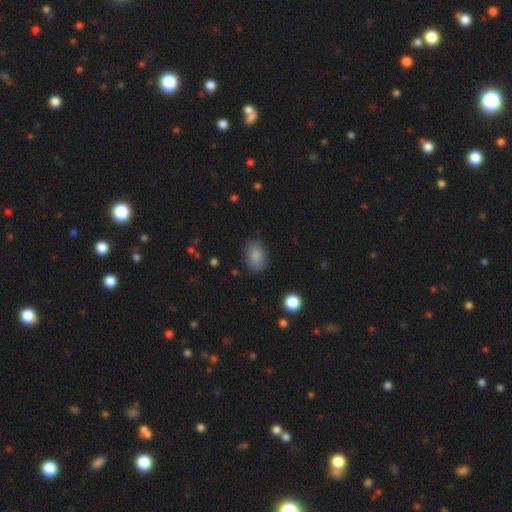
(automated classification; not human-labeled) Smooth or featured: smooth — 85% (star or artifact — 9%)
How rounded: in between — 86% (round — 13%)
Merging: none — 81% (minor disturbance — 14%)